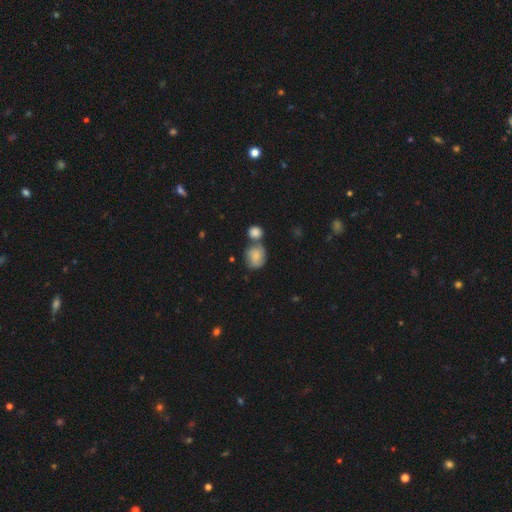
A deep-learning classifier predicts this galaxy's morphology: Overall: smooth (76%). How rounded: round (66%; in between 33%). Merging: none (42%; merger 37%).